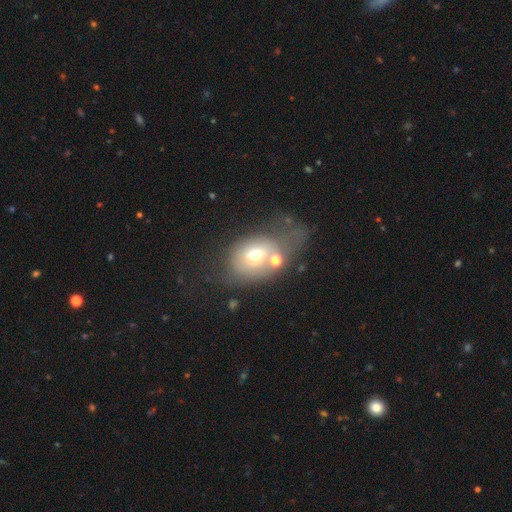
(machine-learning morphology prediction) type=smooth (55%); roundness=in between (69%); merging=major disturbance (30%).